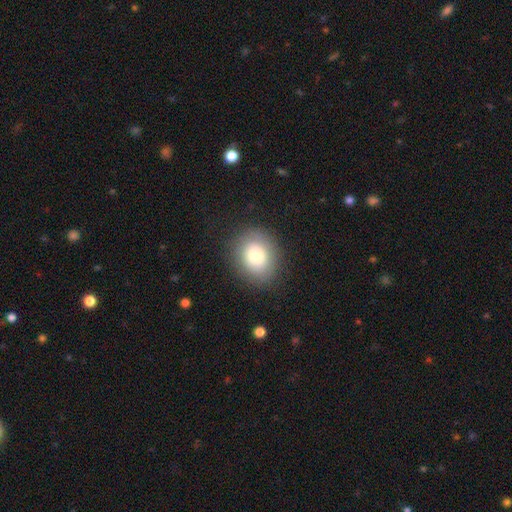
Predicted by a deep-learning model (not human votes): Q: Smooth or featured?
A: smooth (77%); runner-up: featured or disk (14%)
Q: How rounded?
A: round (53%); runner-up: in between (46%)
Q: Merging?
A: none (84%); runner-up: minor disturbance (11%)